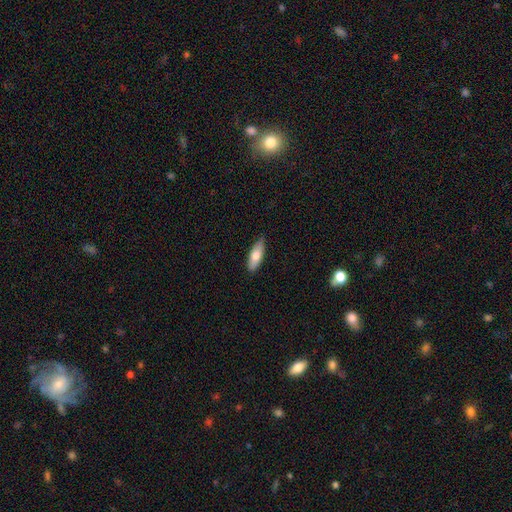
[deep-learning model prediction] The model was most divided on "how rounded": in between: 61%, cigar-shaped: 37%, round: 2%. More confident: merging — none (86%); smooth or featured — smooth (72%).